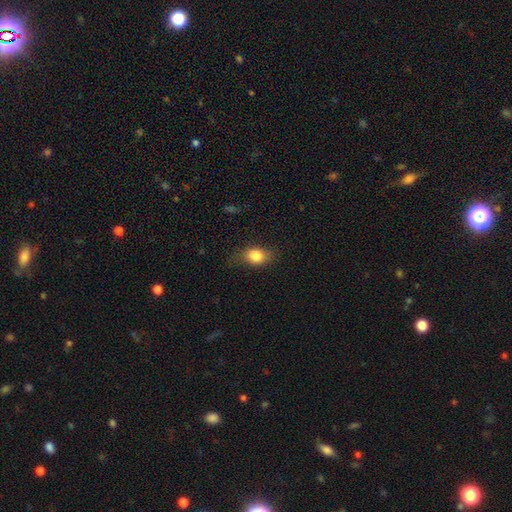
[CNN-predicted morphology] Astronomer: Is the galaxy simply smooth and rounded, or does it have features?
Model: smooth — 82%.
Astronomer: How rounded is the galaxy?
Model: in between — 70%.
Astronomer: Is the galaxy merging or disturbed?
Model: none — 69%.